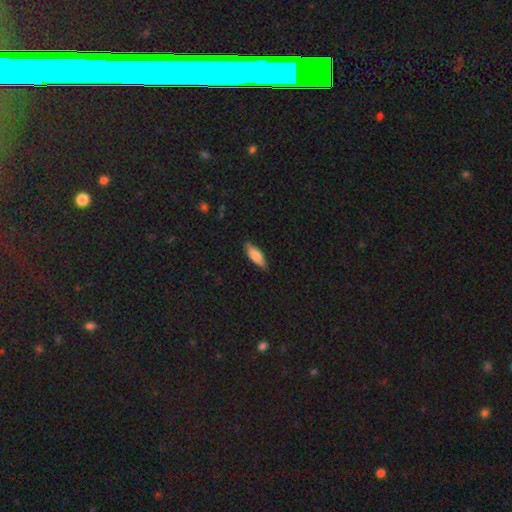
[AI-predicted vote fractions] Smooth or featured? smooth (78%)
How rounded? in between (53%)
Merging? none (87%)